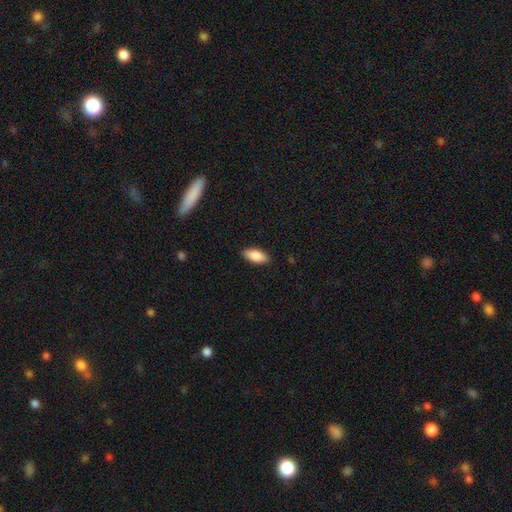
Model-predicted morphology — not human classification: The model was most divided on "how rounded": in between: 86%, cigar-shaped: 11%, round: 2%. More confident: merging — none (88%); smooth or featured — smooth (85%).